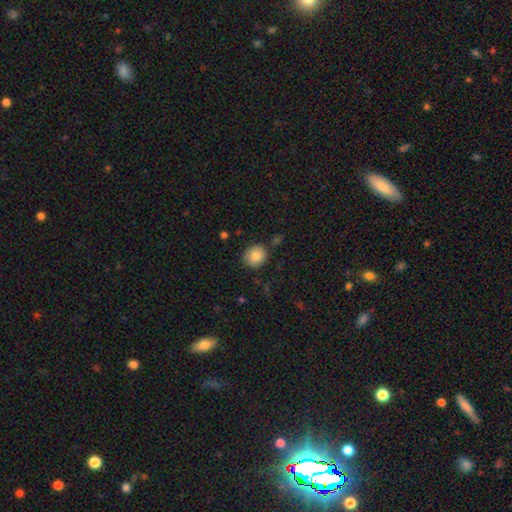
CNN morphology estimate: type=smooth (86%); roundness=round (77%); merging=none (83%).